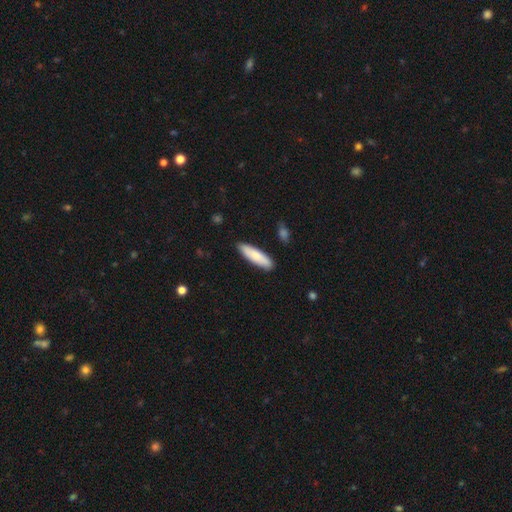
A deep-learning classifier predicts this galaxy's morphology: smooth 80%, featured or disk 15%, star or artifact 5%. Down the decision tree: how rounded — cigar-shaped (63%); merging — none (88%).